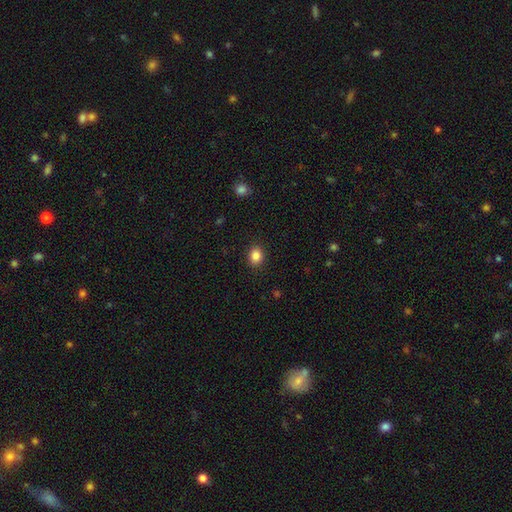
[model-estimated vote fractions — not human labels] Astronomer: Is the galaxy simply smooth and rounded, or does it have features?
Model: smooth — 85%.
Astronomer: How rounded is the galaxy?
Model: round — 53% (runner-up: in between, 46%).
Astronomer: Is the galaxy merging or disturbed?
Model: none — 90%.